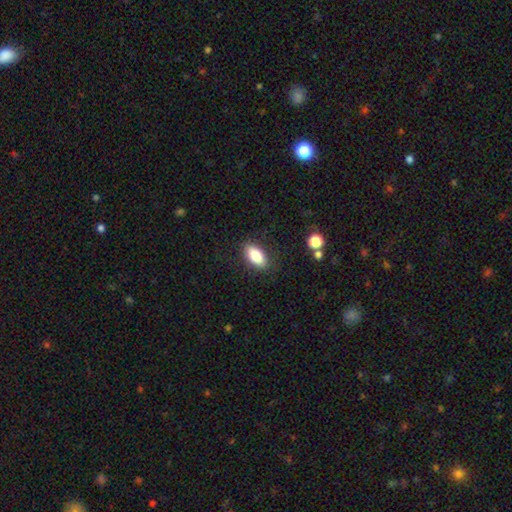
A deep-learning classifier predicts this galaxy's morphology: smooth_or_featured: smooth (p=0.83) [alt: featured or disk p=0.10]
how_rounded: in between (p=0.90) [alt: cigar-shaped p=0.06]
merging: none (p=0.86) [alt: minor disturbance p=0.10]